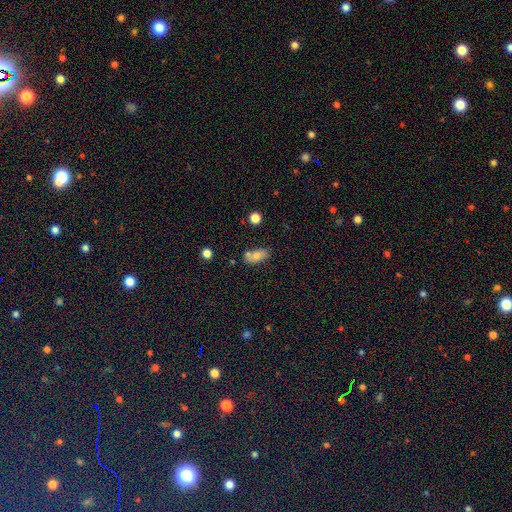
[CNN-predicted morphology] smooth 71%, featured or disk 18%, star or artifact 11%. Down the decision tree: how rounded — in between (85%); merging — none (58%).